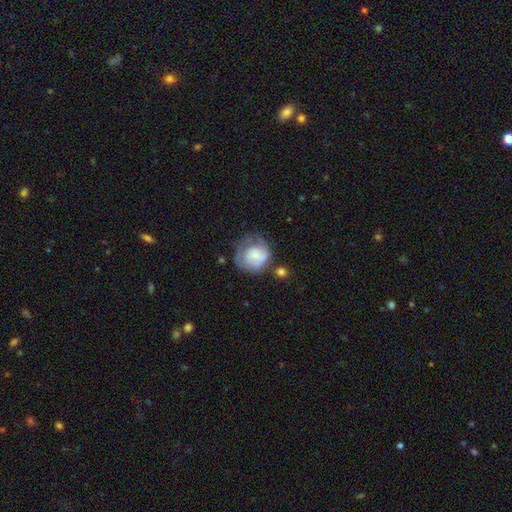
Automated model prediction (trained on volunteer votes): Smooth or featured? Predicted: smooth (p=0.53). How rounded? Predicted: round (p=0.76). Merging? Predicted: none (p=0.42).